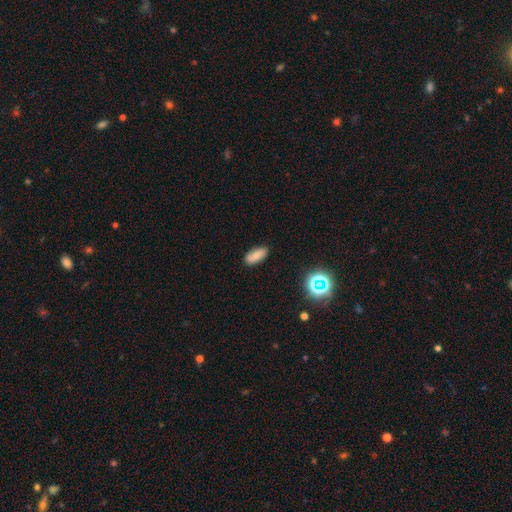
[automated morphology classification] A smooth galaxy with no disk features (74%) that is in between round and cigar-shaped (84%). Merging: none (83%).